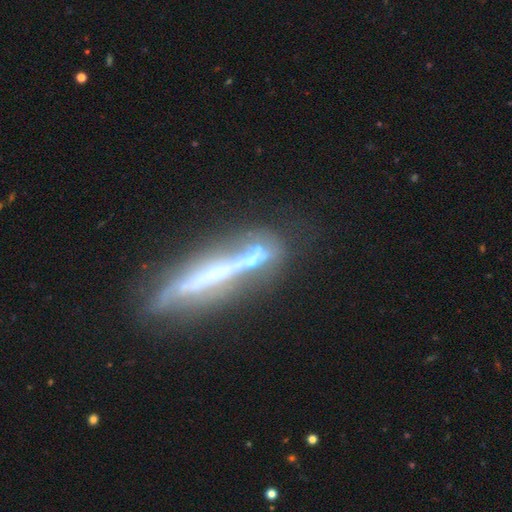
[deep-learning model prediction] Q: Smooth or featured?
A: featured or disk (78%); runner-up: smooth (14%)
Q: Edge-on disk?
A: yes (84%); runner-up: no (16%)
Q: Edge-on bulge?
A: none (49%); runner-up: rounded (39%)
Q: Merging?
A: none (57%); runner-up: minor disturbance (19%)